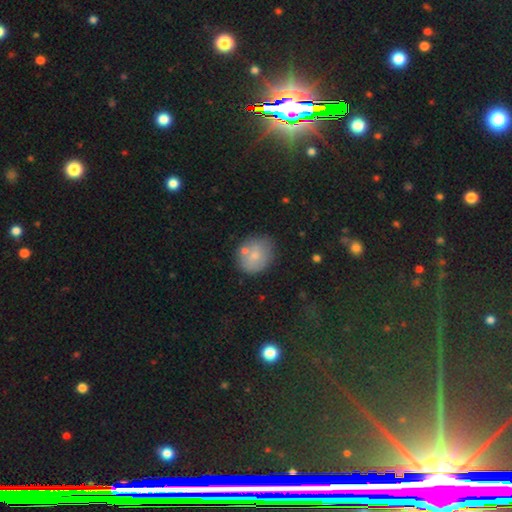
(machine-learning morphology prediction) This is likely a smooth galaxy (71%). How rounded: likely round (71%). Merging: likely none (63%).